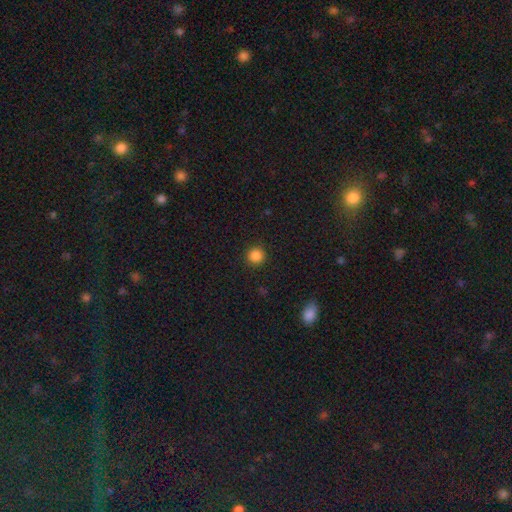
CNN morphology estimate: The model was most divided on "smooth or featured": smooth: 86%, star or artifact: 11%, featured or disk: 3%. More confident: how rounded — round (95%); merging — none (92%).